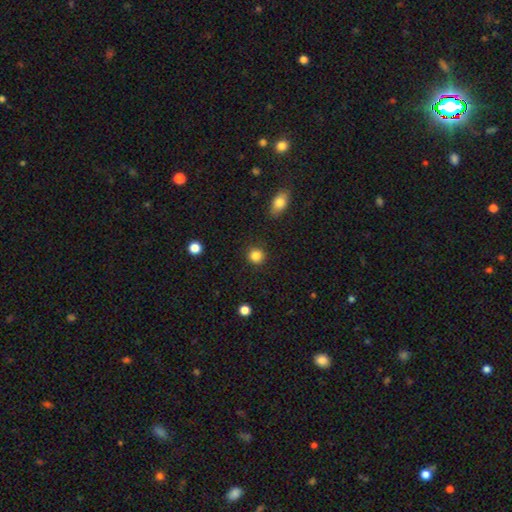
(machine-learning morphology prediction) smooth 86%, star or artifact 10%, featured or disk 4%. Down the decision tree: how rounded — round (90%); merging — none (89%).